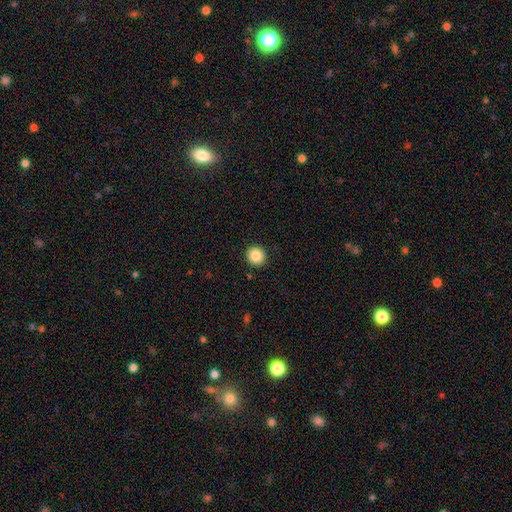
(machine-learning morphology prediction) smooth-or-featured: smooth: 85% | star or artifact: 9% | featured or disk: 5%
  how-rounded: round: 93% | in between: 6% | cigar-shaped: 1%
  merging: none: 92% | minor disturbance: 5% | major disturbance: 2% | merger: 1%